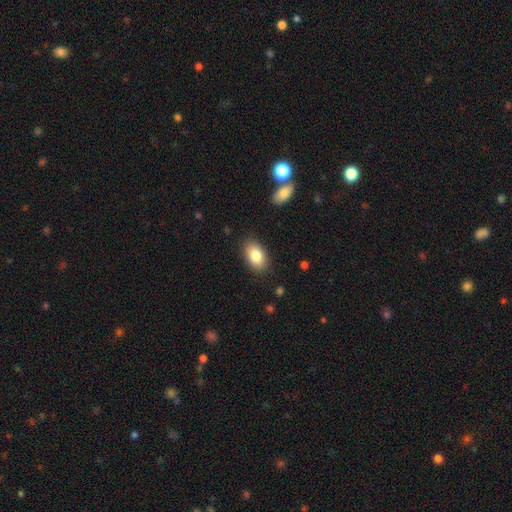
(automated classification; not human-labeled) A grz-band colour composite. It shows a smooth galaxy with no disk features (84%) that is in between round and cigar-shaped (91%). Merging: none (86%).